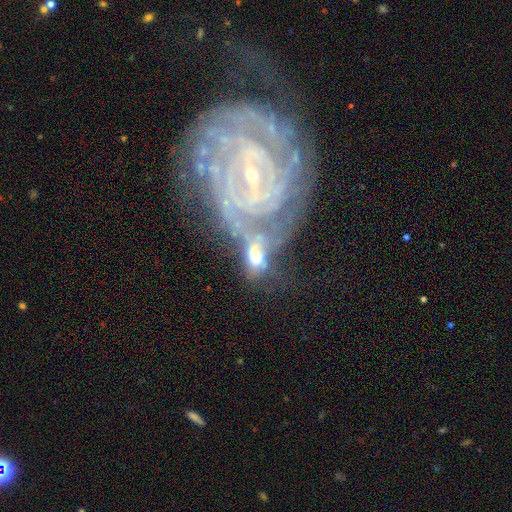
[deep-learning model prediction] smooth-or-featured: featured or disk: 57% | smooth: 29% | star or artifact: 14%
  disk-edge-on: no: 91% | yes: 9%
    bar: no: 63% | weak: 22% | strong: 15%
    has-spiral-arms: yes: 60% | no: 40%
    bulge-size: moderate: 33% | small: 28% | none: 18% | large: 16% | dominant: 5%
  merging: merger: 46% | major disturbance: 24% | none: 18% | minor disturbance: 12%